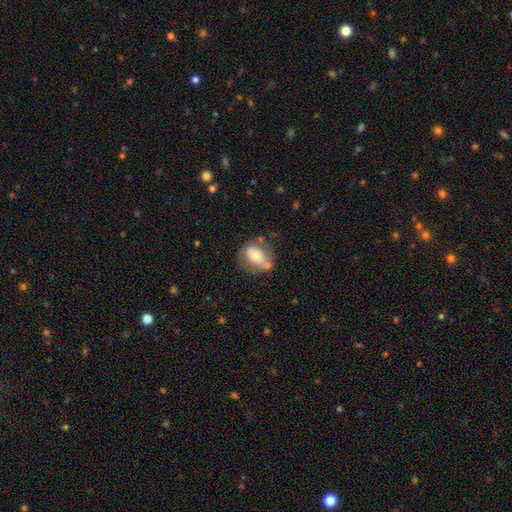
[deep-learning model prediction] Morphology: type=smooth (58%); roundness=in between (64%); merging=none (50%).